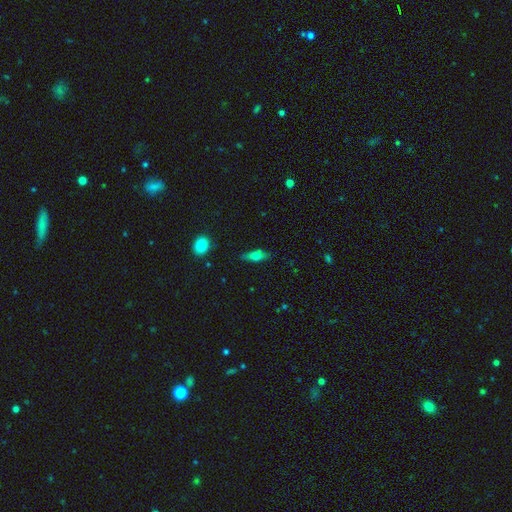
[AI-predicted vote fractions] Smooth or featured?
  - smooth: 59% *
  - featured or disk: 32%
  - star or artifact: 9%
How rounded?
  - in between: 58% *
  - cigar-shaped: 38%
  - round: 5%
Merging?
  - none: 79% *
  - minor disturbance: 16%
  - major disturbance: 3%
  - merger: 2%